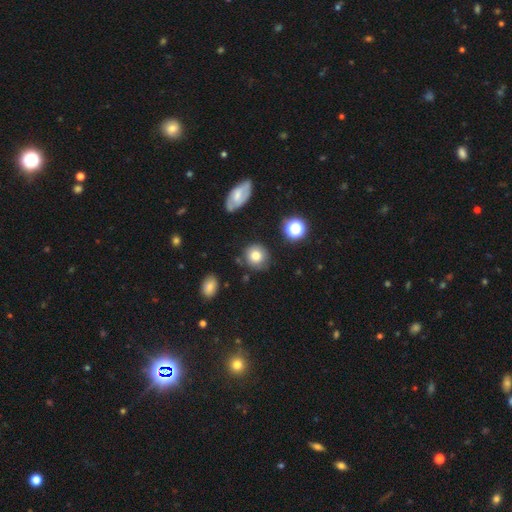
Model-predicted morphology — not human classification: Smooth or featured: smooth — 77% (featured or disk — 12%)
How rounded: round — 86% (in between — 13%)
Merging: none — 77% (minor disturbance — 15%)